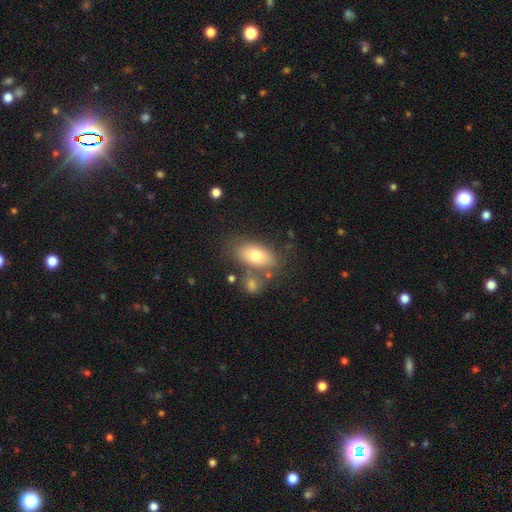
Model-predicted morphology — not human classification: This is likely a smooth galaxy (73%). How rounded: clearly in between (89%). Merging: likely none (66%).